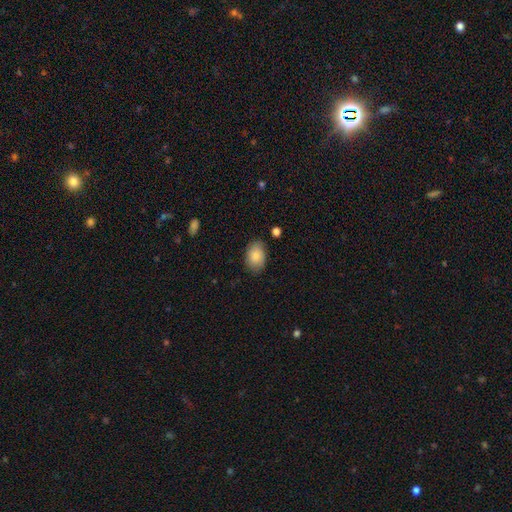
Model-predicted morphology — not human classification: The model was most divided on "merging": none: 78%, minor disturbance: 17%, major disturbance: 3%, merger: 2%. More confident: smooth or featured — smooth (84%); how rounded — in between (81%).